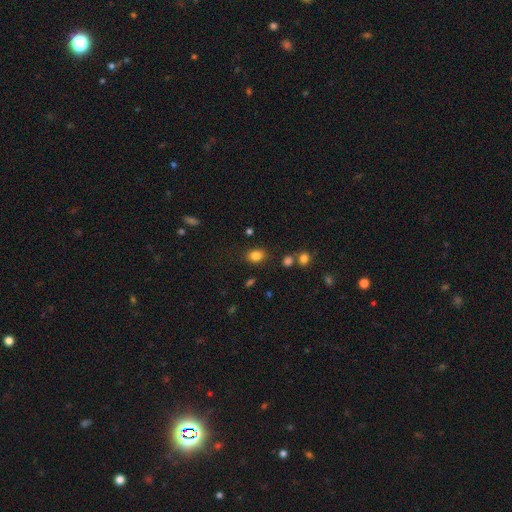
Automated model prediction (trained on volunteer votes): Morphology: type=smooth (82%); roundness=in between (60%); merging=none (82%).